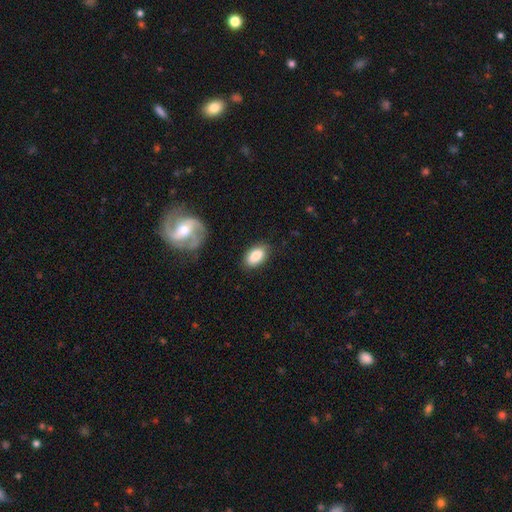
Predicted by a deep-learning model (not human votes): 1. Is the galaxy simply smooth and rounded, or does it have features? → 85% smooth, 8% featured or disk, 7% star or artifact.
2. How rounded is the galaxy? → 93% in between, 5% round, 2% cigar-shaped.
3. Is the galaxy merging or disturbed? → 83% none, 13% minor disturbance, 3% major disturbance, 2% merger.